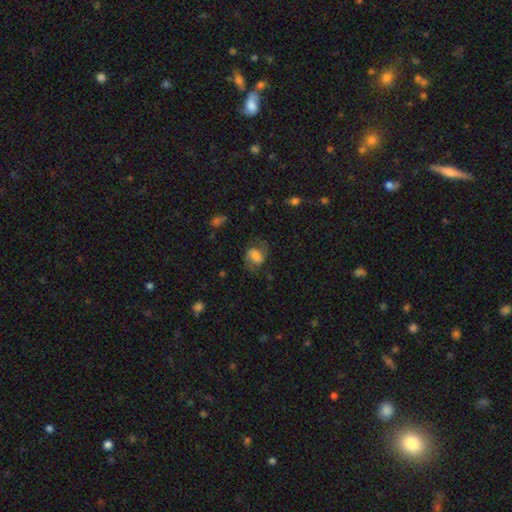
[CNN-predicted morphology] A featured or disk galaxy (51%).

Vote fractions:
- Smooth or featured? featured or disk: 51% / smooth: 41% / star or artifact: 9%
- Edge-on disk? no: 97% / yes: 3%
- Merging? none: 64% / minor disturbance: 20% / major disturbance: 14% / merger: 1%